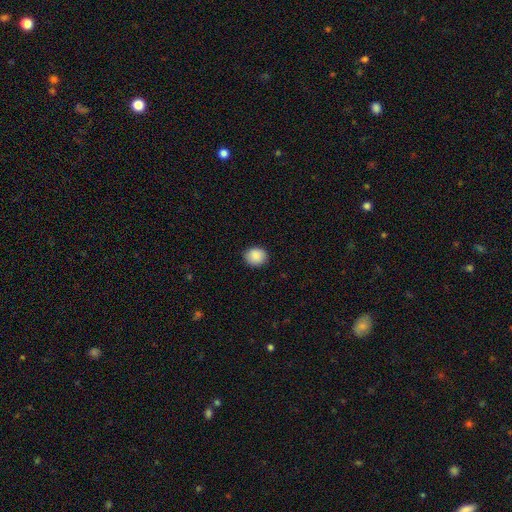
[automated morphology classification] Q: Smooth or featured?
A: smooth (89%); runner-up: star or artifact (8%)
Q: How rounded?
A: round (71%); runner-up: in between (28%)
Q: Merging?
A: none (89%); runner-up: minor disturbance (8%)